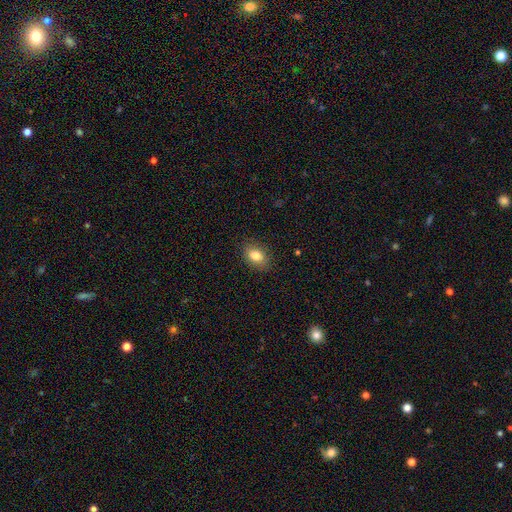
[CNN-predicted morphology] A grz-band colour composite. It shows a smooth galaxy with no disk features (82%) that is in between round and cigar-shaped (80%). Merging: none (87%).